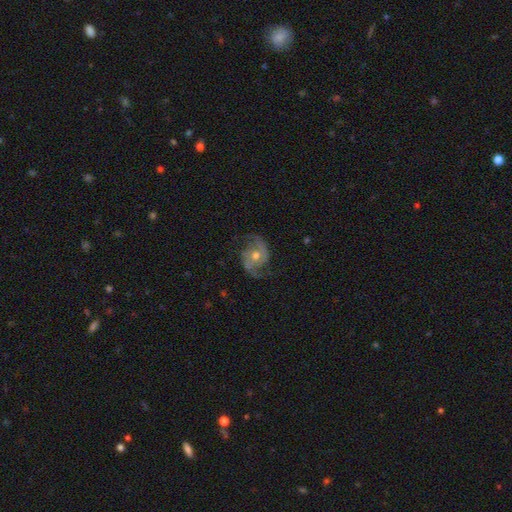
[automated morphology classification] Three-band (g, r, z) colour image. It shows a featured or disk galaxy (85%) with no bar (64%), 2 (90%) medium (50%) spiral arms (95%) and a moderate central bulge (70%). Merging: none (74%).